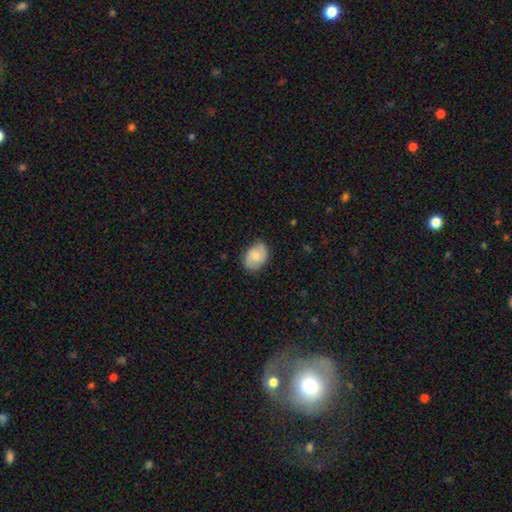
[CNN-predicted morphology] smooth 68%, featured or disk 26%, star or artifact 7%. Down the decision tree: how rounded — in between (77%); merging — none (81%).